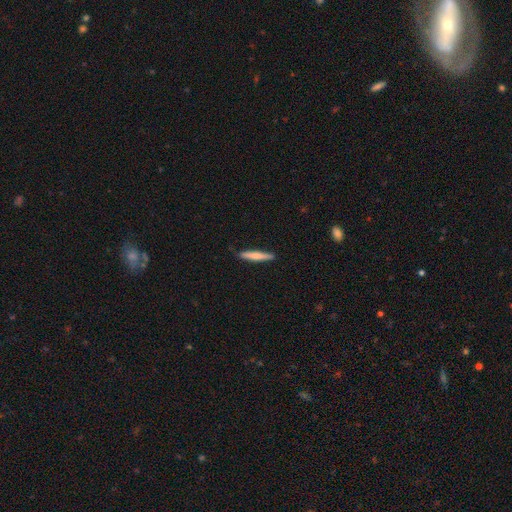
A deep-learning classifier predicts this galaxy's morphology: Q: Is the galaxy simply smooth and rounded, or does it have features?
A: smooth — 65%.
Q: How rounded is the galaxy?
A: cigar-shaped — 94%.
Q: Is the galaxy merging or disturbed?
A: none — 90%.